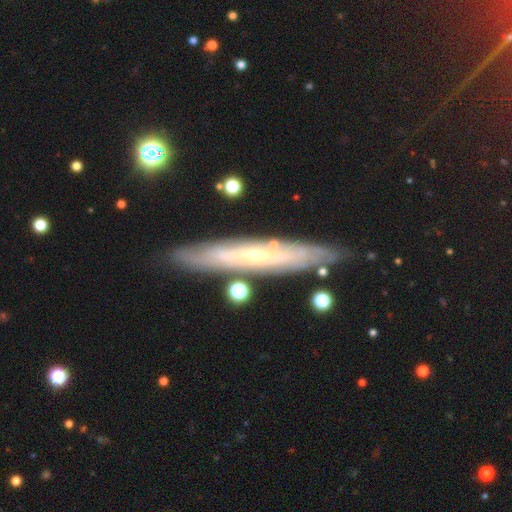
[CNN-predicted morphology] Q: Smooth or featured?
A: featured or disk (68%); runner-up: smooth (24%)
Q: Edge-on disk?
A: yes (74%); runner-up: no (26%)
Q: Edge-on bulge?
A: none (57%); runner-up: rounded (37%)
Q: Merging?
A: none (82%); runner-up: minor disturbance (12%)